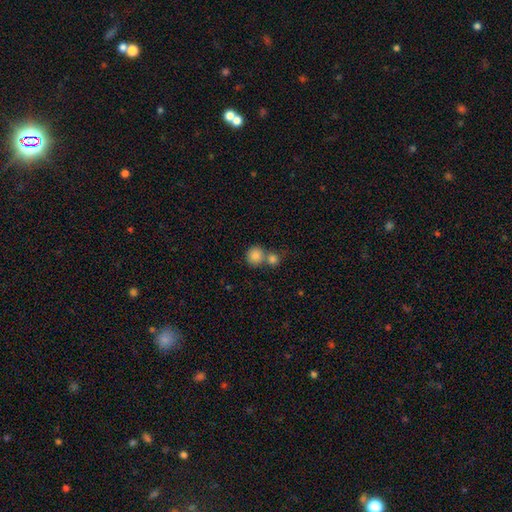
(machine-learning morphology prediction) The model was most divided on "merging": none: 49%, merger: 42%, minor disturbance: 7%, major disturbance: 3%. More confident: how rounded — round (89%); smooth or featured — smooth (84%).